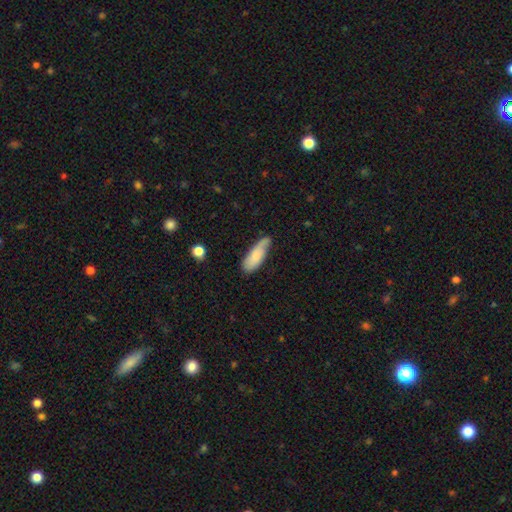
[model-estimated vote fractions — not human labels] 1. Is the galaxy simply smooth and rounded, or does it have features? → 72% smooth, 22% featured or disk, 6% star or artifact.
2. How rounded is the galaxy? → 68% in between, 30% cigar-shaped, 2% round.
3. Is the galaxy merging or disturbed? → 53% none, 35% minor disturbance, 9% major disturbance, 3% merger.